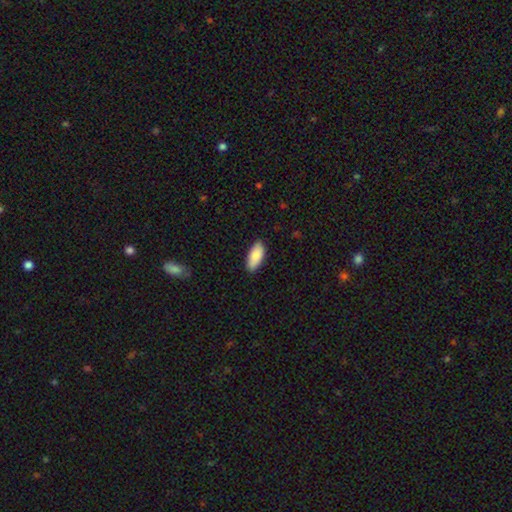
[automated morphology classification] Q: Smooth or featured?
A: smooth (88%); runner-up: featured or disk (6%)
Q: How rounded?
A: in between (88%); runner-up: cigar-shaped (10%)
Q: Merging?
A: none (86%); runner-up: minor disturbance (11%)